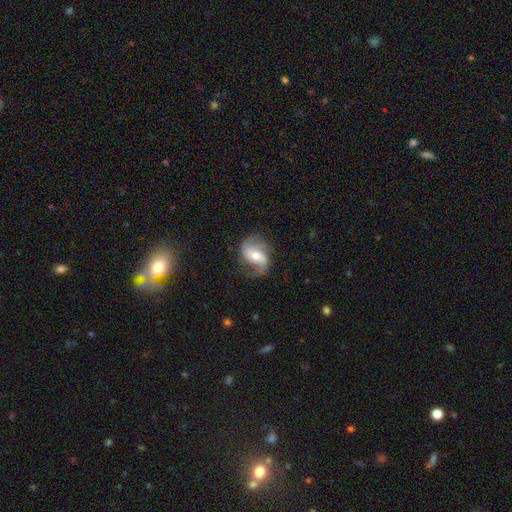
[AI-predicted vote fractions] A featured or disk galaxy (77%) with a weak bar (42%), 2 (84%) loose (51%) spiral arms (93%) and a moderate central bulge (64%).

Vote fractions:
- Smooth or featured? featured or disk: 77% / smooth: 16% / star or artifact: 7%
- Edge-on disk? no: 97% / yes: 3%
- Bar? weak: 42% / no: 33% / strong: 25%
- Spiral arms? yes: 93% / no: 7%
- Spiral winding? loose: 51% / medium: 37% / tight: 13%
- Spiral arm count? 2: 84% / can't tell: 6% / 1: 4% / 3: 4% / 4: 1% / more than 4: 1%
- Bulge size? moderate: 64% / small: 29% / large: 5% / none: 1% / dominant: 1%
- Merging? none: 70% / minor disturbance: 19% / major disturbance: 10% / merger: 1%